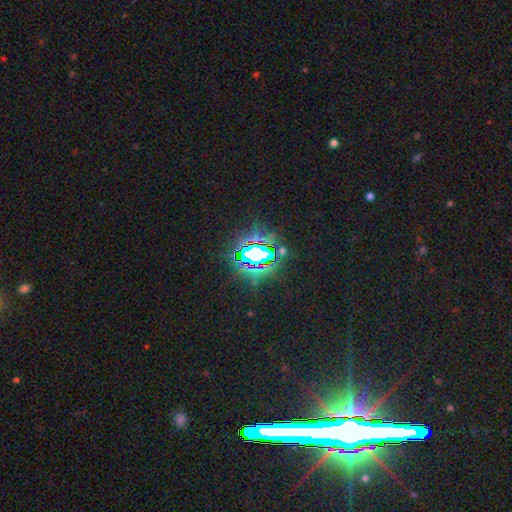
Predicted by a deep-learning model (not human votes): star or artifact 80%, smooth 11%, featured or disk 10%.